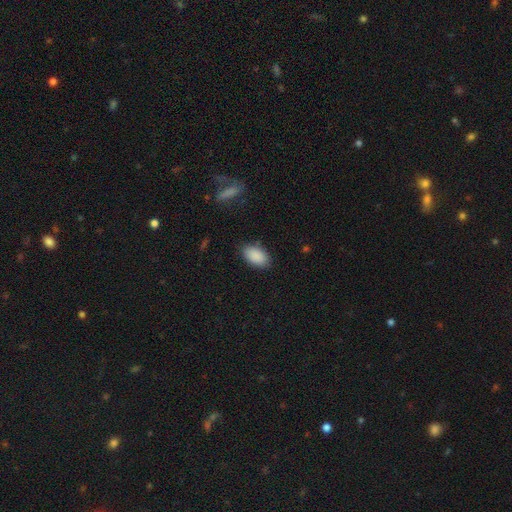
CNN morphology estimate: Smooth or featured? Predicted: smooth (p=0.90). How rounded? Predicted: in between (p=0.94). Merging? Predicted: none (p=0.84).